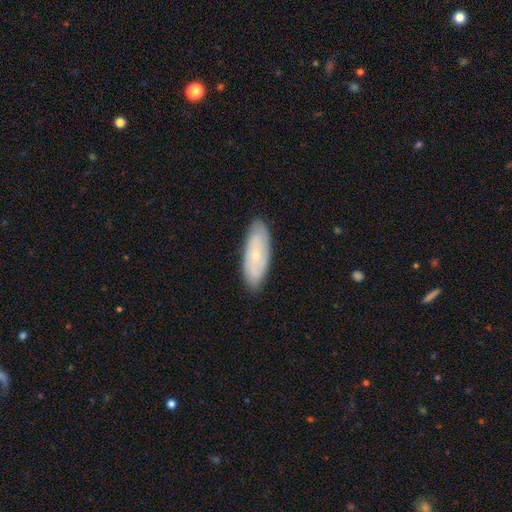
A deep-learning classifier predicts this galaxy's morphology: Smooth or featured?
  - smooth: 52% *
  - featured or disk: 41%
  - star or artifact: 7%
How rounded?
  - in between: 65% *
  - cigar-shaped: 33%
  - round: 2%
Merging?
  - none: 86% *
  - minor disturbance: 11%
  - major disturbance: 2%
  - merger: 1%